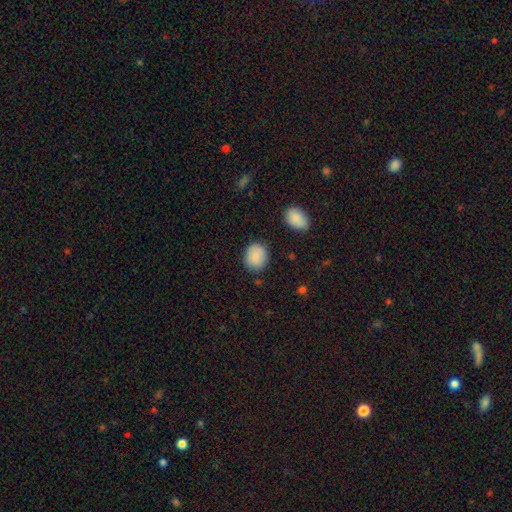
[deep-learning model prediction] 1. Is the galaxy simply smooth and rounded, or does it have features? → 87% smooth, 7% star or artifact, 6% featured or disk.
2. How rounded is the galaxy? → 69% round, 30% in between, 1% cigar-shaped.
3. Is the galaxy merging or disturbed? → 83% none, 12% minor disturbance, 3% major disturbance, 2% merger.